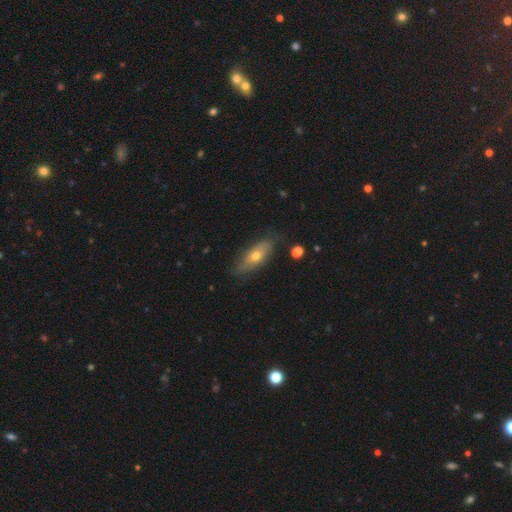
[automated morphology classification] smooth_or_featured: smooth (p=0.51) [alt: featured or disk p=0.42]
how_rounded: in between (p=0.67) [alt: cigar-shaped p=0.29]
merging: none (p=0.76) [alt: minor disturbance p=0.19]